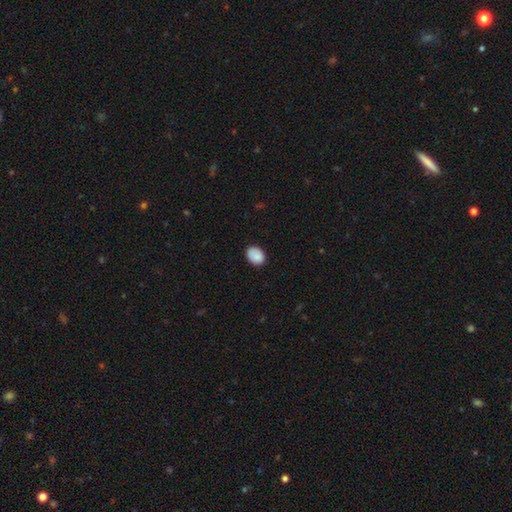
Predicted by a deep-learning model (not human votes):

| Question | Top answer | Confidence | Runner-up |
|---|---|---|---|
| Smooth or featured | smooth | 88% | star or artifact (8%) |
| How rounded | in between | 65% | round (34%) |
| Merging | none | 83% | minor disturbance (13%) |